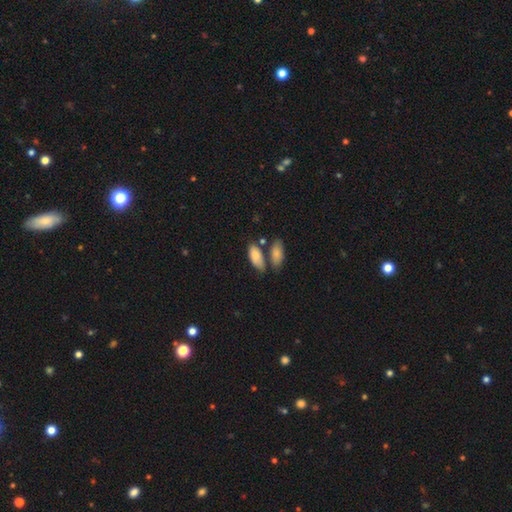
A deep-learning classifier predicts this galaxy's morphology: Smooth or featured? smooth (84%)
How rounded? in between (87%)
Merging? none (54%)